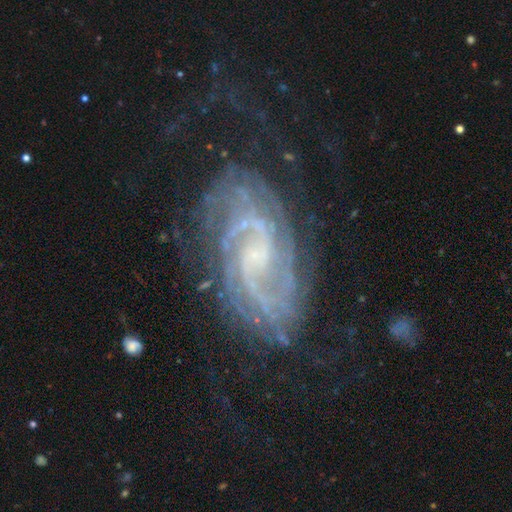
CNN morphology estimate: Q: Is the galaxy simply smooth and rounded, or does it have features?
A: featured or disk — 89%.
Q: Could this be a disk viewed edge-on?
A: no — 97%.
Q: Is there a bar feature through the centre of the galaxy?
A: no — 45%.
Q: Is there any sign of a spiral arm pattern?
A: yes — 98%.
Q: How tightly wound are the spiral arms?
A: tight — 50%.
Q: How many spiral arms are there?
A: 2 — 60%.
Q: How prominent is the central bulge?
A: small — 61%.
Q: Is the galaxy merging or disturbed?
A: none — 71%.